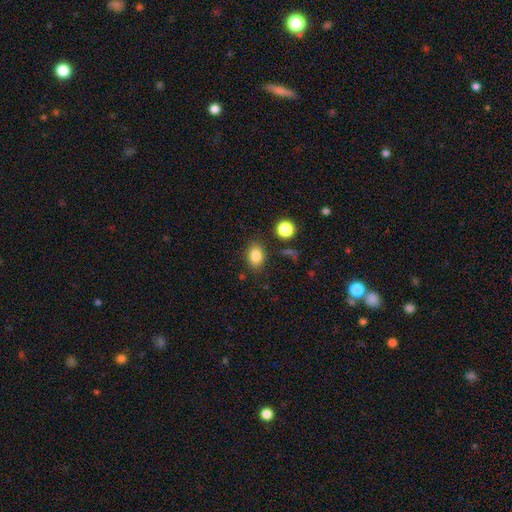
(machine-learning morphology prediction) Smooth or featured: smooth — 84% (star or artifact — 11%)
How rounded: in between — 71% (round — 28%)
Merging: none — 81% (minor disturbance — 12%)